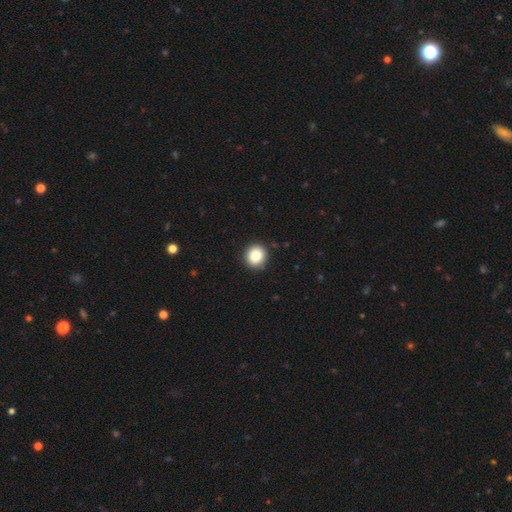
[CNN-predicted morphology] smooth-or-featured: smooth: 85% | star or artifact: 9% | featured or disk: 5%
  how-rounded: round: 87% | in between: 12% | cigar-shaped: 1%
  merging: none: 91% | minor disturbance: 6% | major disturbance: 2% | merger: 1%